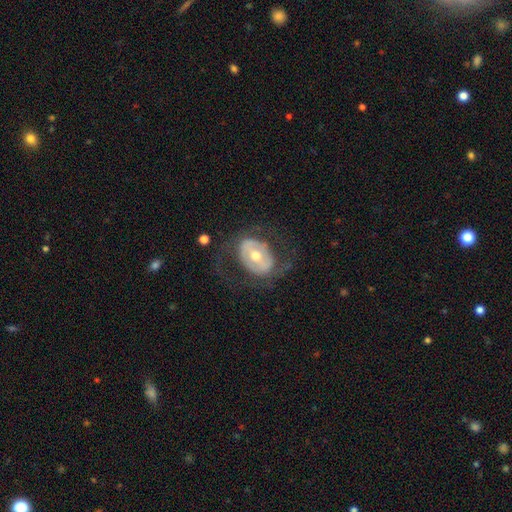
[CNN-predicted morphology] Overall: featured or disk (67%). Edge-on disk: no (94%). Bar: no (45%; weak 30%). Spiral arms: no (60%; yes 40%). Bulge size: moderate (70%). Merging: none (64%).